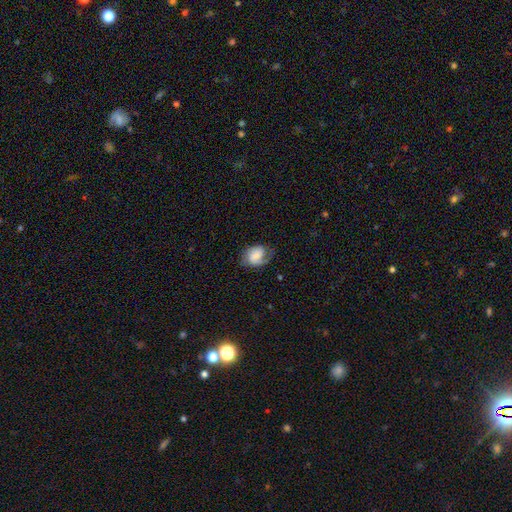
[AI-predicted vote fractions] Smooth or featured: smooth — 52% (featured or disk — 40%)
How rounded: in between — 72% (round — 27%)
Merging: none — 52% (minor disturbance — 30%)